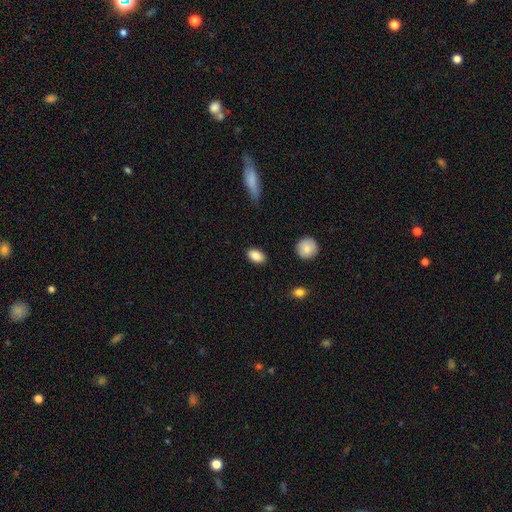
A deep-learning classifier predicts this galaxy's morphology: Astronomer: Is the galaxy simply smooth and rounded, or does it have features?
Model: smooth — 87%.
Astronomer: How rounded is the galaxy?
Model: in between — 85%.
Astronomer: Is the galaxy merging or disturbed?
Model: none — 87%.